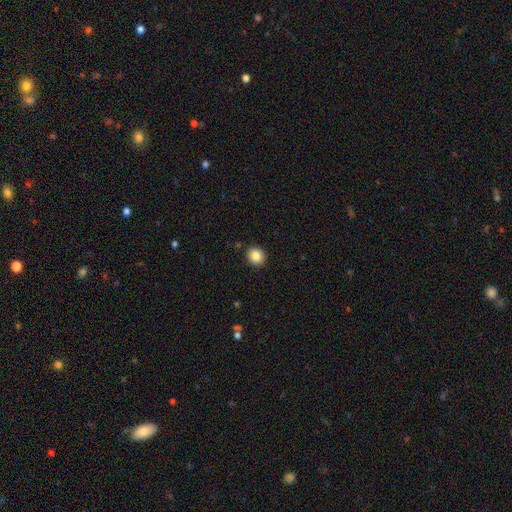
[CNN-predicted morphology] smooth-or-featured: smooth: 86% | star or artifact: 9% | featured or disk: 4%
  how-rounded: round: 76% | in between: 23% | cigar-shaped: 1%
  merging: none: 91% | minor disturbance: 6% | major disturbance: 2% | merger: 1%